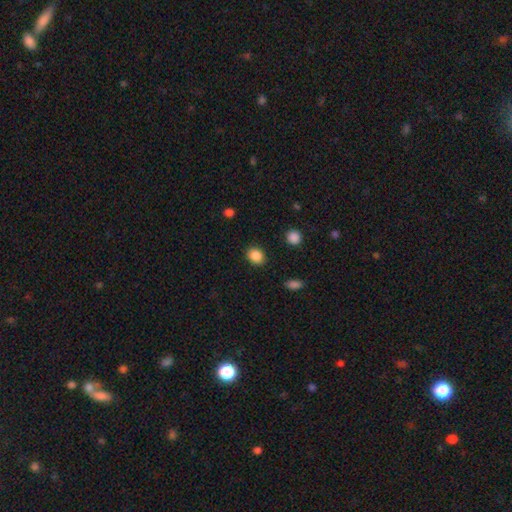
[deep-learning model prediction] Q: Smooth or featured?
A: smooth (87%); runner-up: star or artifact (9%)
Q: How rounded?
A: round (55%); runner-up: in between (44%)
Q: Merging?
A: none (88%); runner-up: minor disturbance (8%)